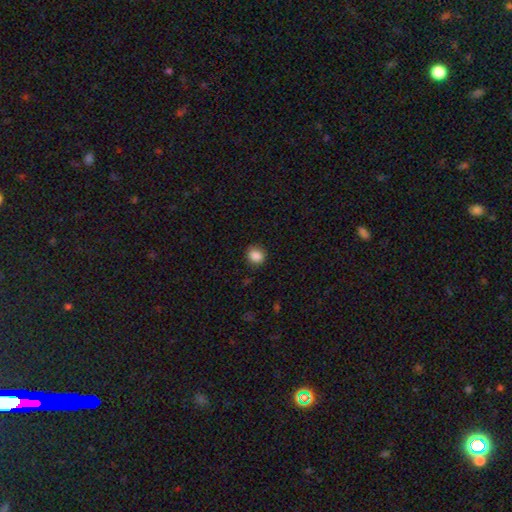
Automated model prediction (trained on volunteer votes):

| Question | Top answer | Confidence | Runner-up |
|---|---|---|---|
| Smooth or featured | smooth | 87% | star or artifact (9%) |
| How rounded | round | 71% | in between (28%) |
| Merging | none | 86% | minor disturbance (10%) |